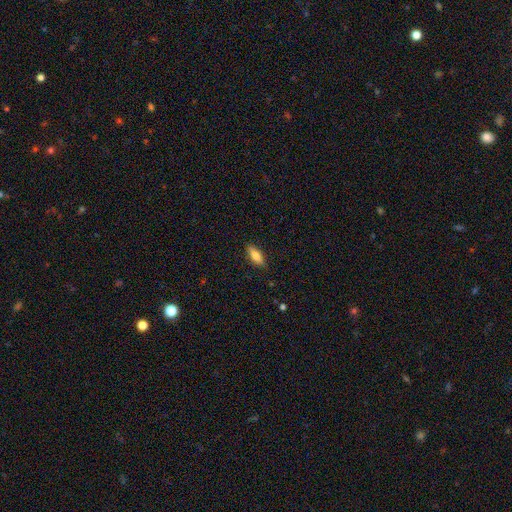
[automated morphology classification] Smooth or featured? Predicted: smooth (p=0.78). How rounded? Predicted: in between (p=0.69). Merging? Predicted: none (p=0.87).